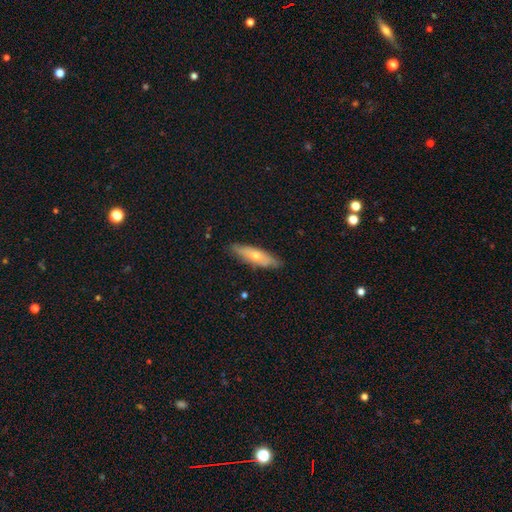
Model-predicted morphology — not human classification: The model was most divided on "smooth or featured": smooth: 49%, featured or disk: 44%, star or artifact: 7%. More confident: merging — none (86%).